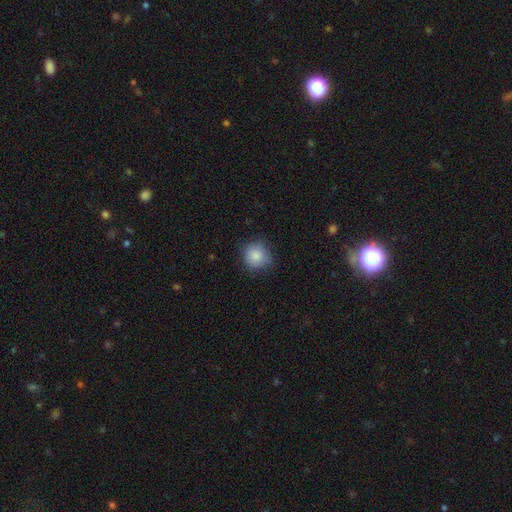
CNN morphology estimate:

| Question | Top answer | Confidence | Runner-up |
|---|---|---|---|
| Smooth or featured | smooth | 85% | star or artifact (9%) |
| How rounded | round | 89% | in between (10%) |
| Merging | none | 79% | minor disturbance (17%) |